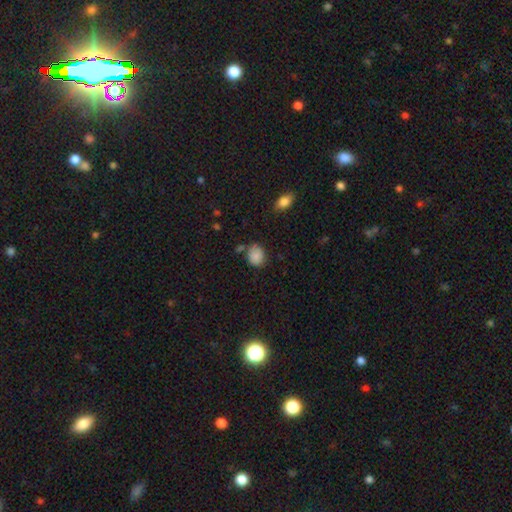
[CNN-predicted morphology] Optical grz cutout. It shows a smooth galaxy with no disk features (86%) that is round (56%). Merging: none (68%).